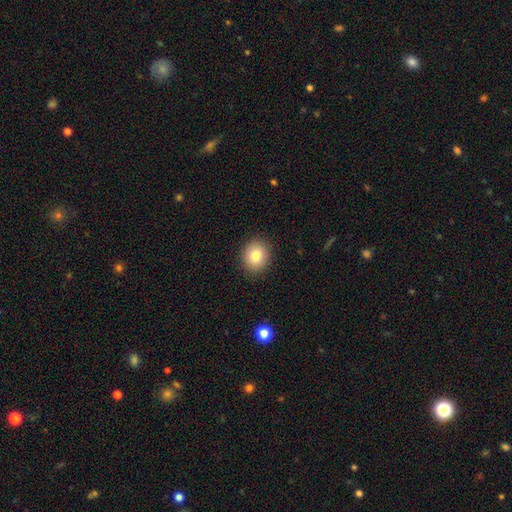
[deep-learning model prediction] Overall: smooth (80%). How rounded: round (77%). Merging: none (90%).